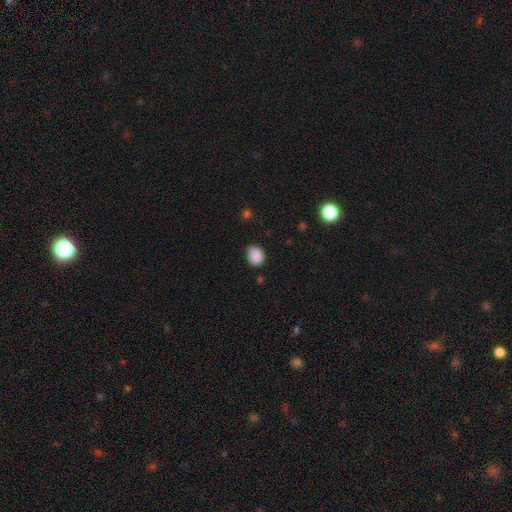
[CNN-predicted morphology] Smooth or featured: smooth — 88% (star or artifact — 9%)
How rounded: round — 55% (in between — 44%)
Merging: none — 75% (minor disturbance — 20%)